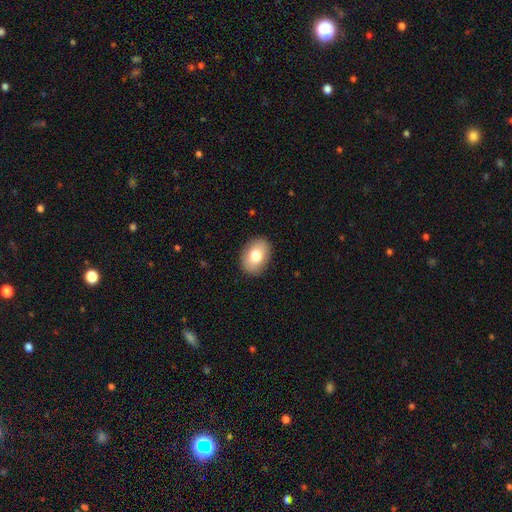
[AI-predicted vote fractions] This is likely a smooth galaxy (78%). How rounded: likely in between (77%). Merging: clearly none (89%).